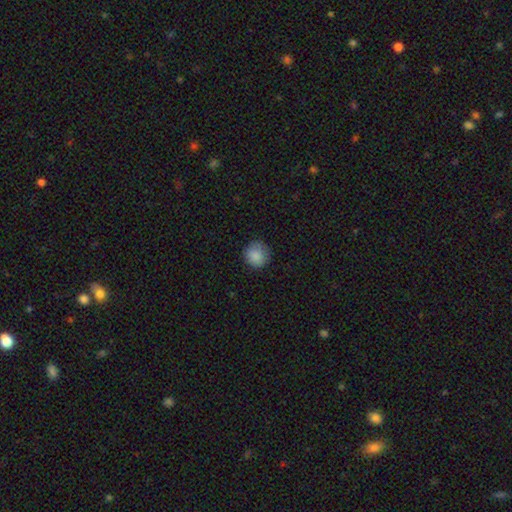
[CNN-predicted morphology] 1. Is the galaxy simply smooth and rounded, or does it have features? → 87% smooth, 8% star or artifact, 5% featured or disk.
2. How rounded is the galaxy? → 91% round, 8% in between, 1% cigar-shaped.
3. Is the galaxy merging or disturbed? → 82% none, 14% minor disturbance, 3% major disturbance, 1% merger.